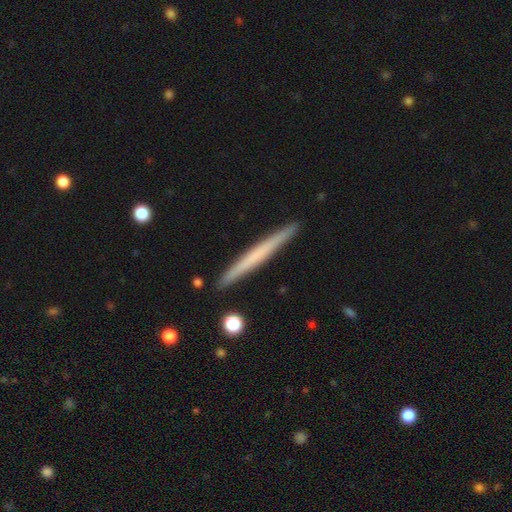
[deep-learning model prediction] The model was most divided on "smooth or featured": smooth: 48%, featured or disk: 46%, star or artifact: 6%. More confident: merging — none (92%).